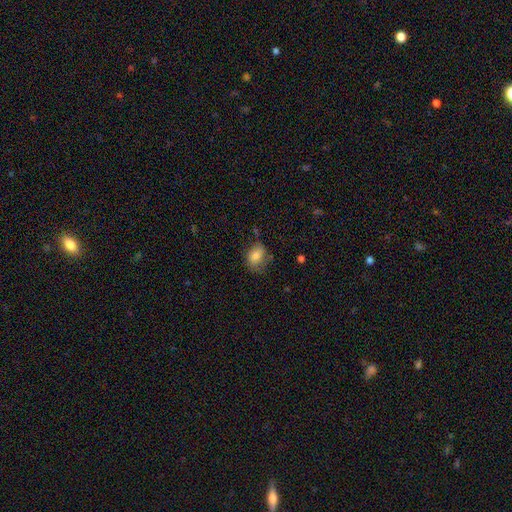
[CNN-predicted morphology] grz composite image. It shows a smooth galaxy with no disk features (79%) that is in between round and cigar-shaped (69%). Merging: none (59%).